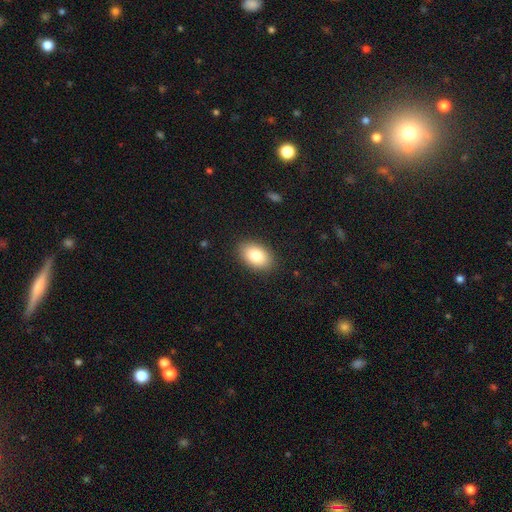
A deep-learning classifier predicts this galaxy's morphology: Smooth or featured? Predicted: smooth (p=0.83). How rounded? Predicted: in between (p=0.90). Merging? Predicted: none (p=0.88).